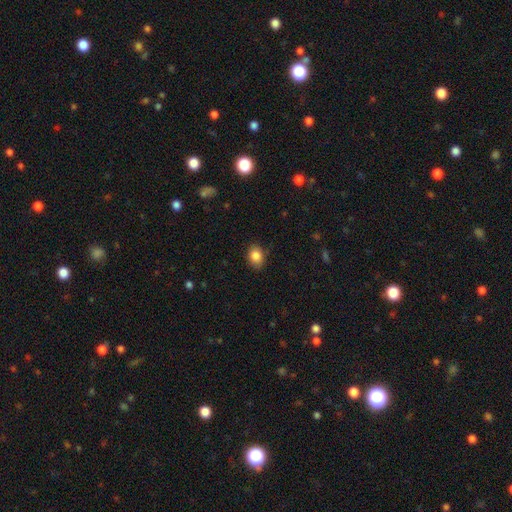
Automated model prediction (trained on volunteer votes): The model was most divided on "how rounded": in between: 61%, round: 38%, cigar-shaped: 1%. More confident: smooth or featured — smooth (86%); merging — none (84%).